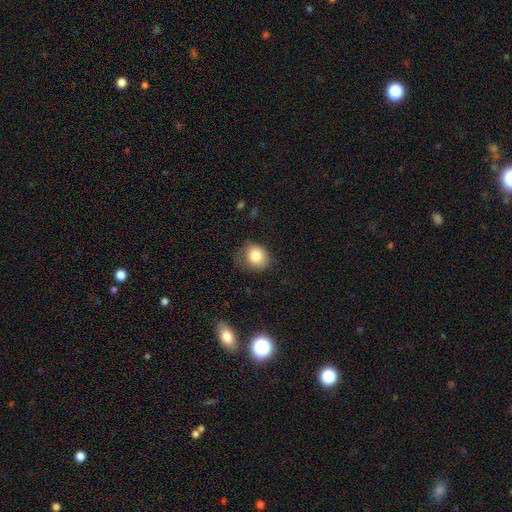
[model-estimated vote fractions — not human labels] Smooth or featured? Predicted: smooth (p=0.81). How rounded? Predicted: round (p=0.66). Merging? Predicted: none (p=0.57).